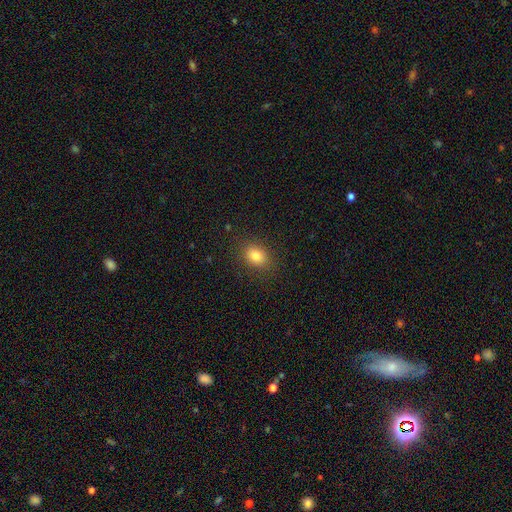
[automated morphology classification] type=smooth (82%); roundness=in between (65%); merging=none (87%).